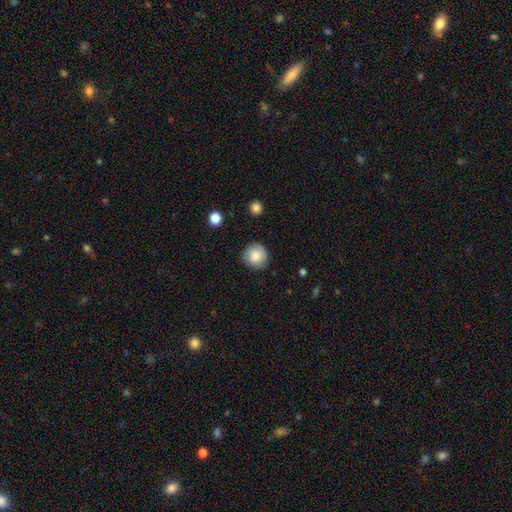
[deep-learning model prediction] Smooth or featured? smooth (78%)
How rounded? round (92%)
Merging? none (84%)